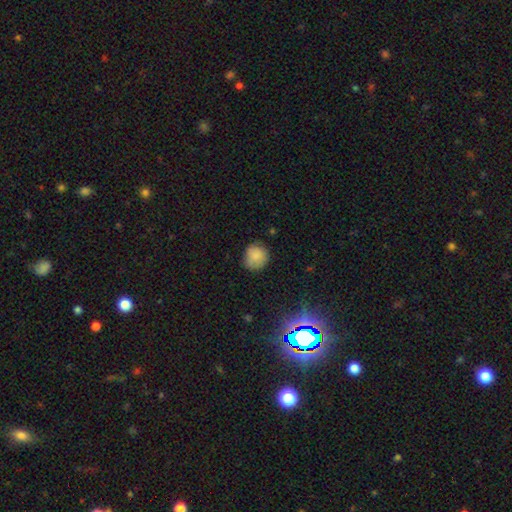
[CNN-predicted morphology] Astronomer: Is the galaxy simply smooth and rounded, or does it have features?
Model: smooth — 83%.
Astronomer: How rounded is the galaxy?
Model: round — 86%.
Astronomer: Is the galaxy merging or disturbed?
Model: none — 73%.